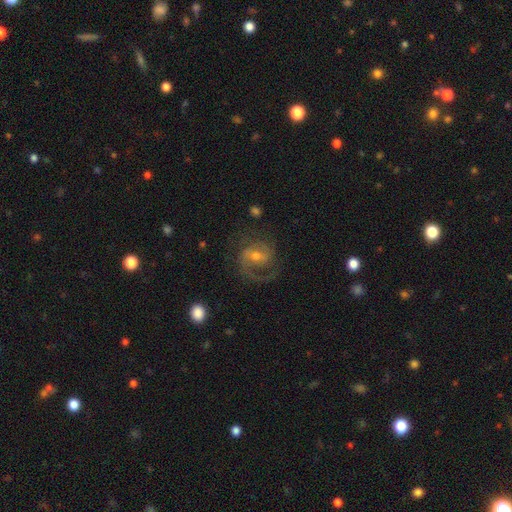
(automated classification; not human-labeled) Smooth or featured? Predicted: featured or disk (p=0.85). Edge-on disk? Predicted: no (p=0.98). Bar? Predicted: weak (p=0.51). Spiral arms? Predicted: yes (p=0.96). Spiral winding? Predicted: medium (p=0.52). Spiral arm count? Predicted: 2 (p=0.65). Bulge size? Predicted: moderate (p=0.54). Merging? Predicted: none (p=0.68).